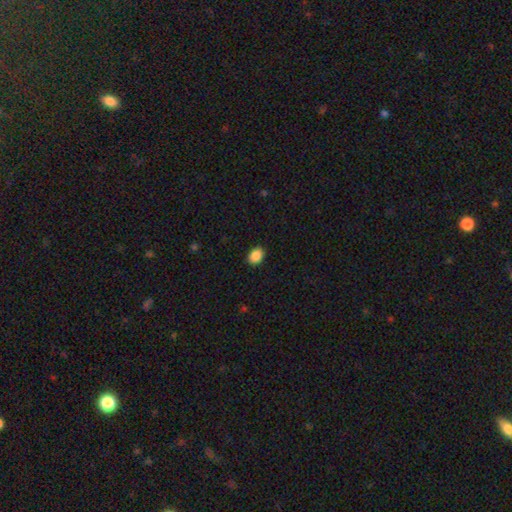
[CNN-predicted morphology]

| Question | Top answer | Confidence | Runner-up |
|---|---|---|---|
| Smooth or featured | smooth | 88% | star or artifact (9%) |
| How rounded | in between | 68% | round (31%) |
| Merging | none | 88% | minor disturbance (9%) |